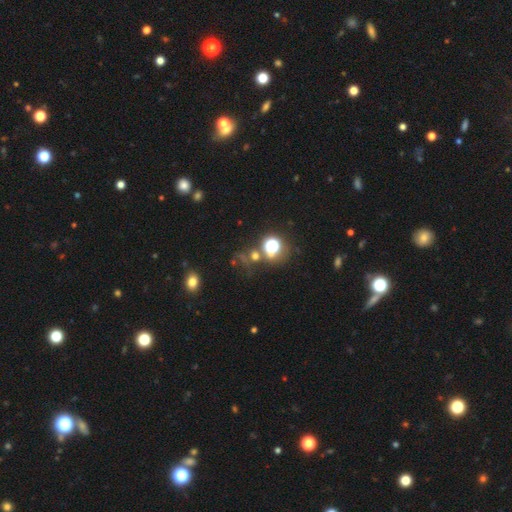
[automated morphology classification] Smooth or featured: star or artifact — 56% (smooth — 32%)